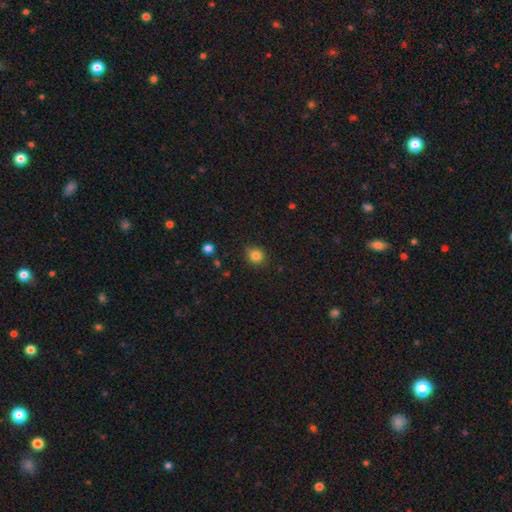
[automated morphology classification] A smooth galaxy with no disk features (83%) that is round (82%).

Vote fractions:
- Smooth or featured? smooth: 83% / star or artifact: 12% / featured or disk: 5%
- How rounded? round: 82% / in between: 17% / cigar-shaped: 1%
- Merging? none: 77% / minor disturbance: 18% / major disturbance: 3% / merger: 2%